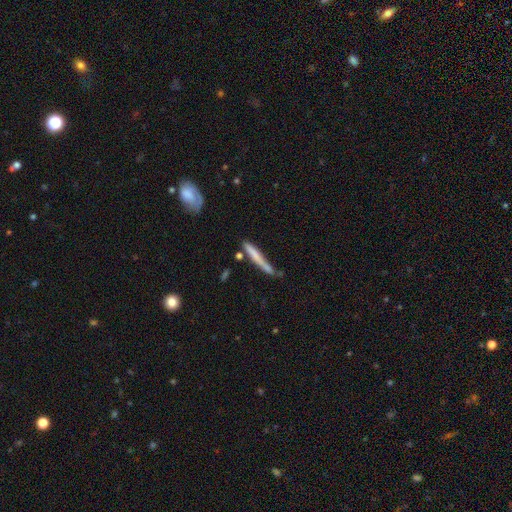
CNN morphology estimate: Overall: smooth (62%; featured or disk 31%). How rounded: cigar-shaped (94%). Merging: none (56%; minor disturbance 25%).